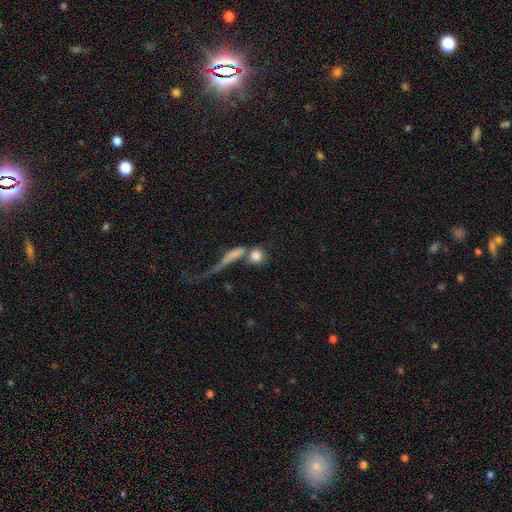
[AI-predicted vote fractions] A smooth galaxy with no disk features (77%) that is round (73%). Merging: merger (39%, tied with none).